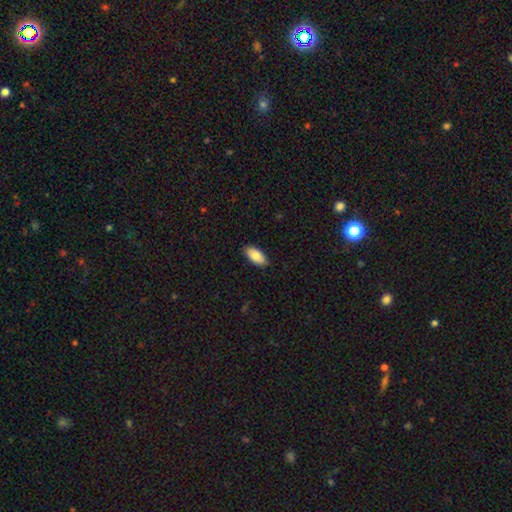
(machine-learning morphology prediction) smooth-or-featured: smooth: 86% | featured or disk: 8% | star or artifact: 6%
  how-rounded: in between: 92% | cigar-shaped: 6% | round: 2%
  merging: none: 88% | minor disturbance: 10% | major disturbance: 2% | merger: 1%